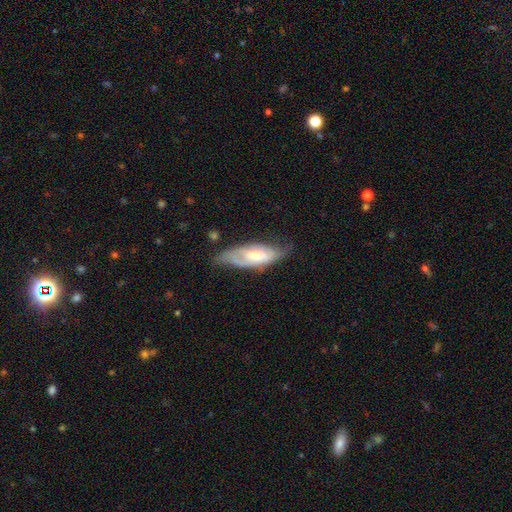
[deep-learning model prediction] Smooth or featured?
  - featured or disk: 56% *
  - smooth: 38%
  - star or artifact: 6%
Edge-on disk?
  - no: 80% *
  - yes: 20%
Merging?
  - none: 49% *
  - minor disturbance: 33%
  - major disturbance: 15%
  - merger: 3%